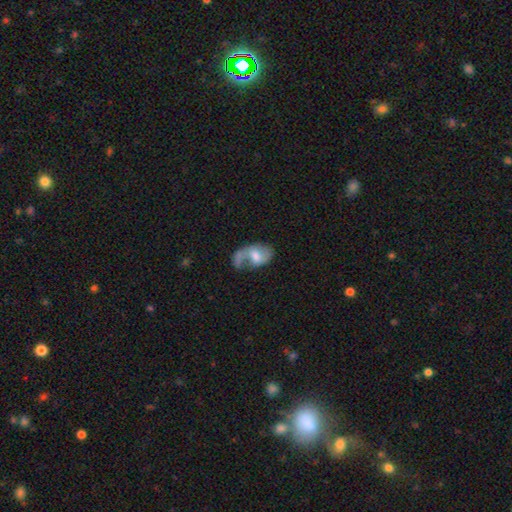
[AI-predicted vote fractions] Q: Smooth or featured?
A: featured or disk (54%); runner-up: smooth (38%)
Q: Edge-on disk?
A: no (96%); runner-up: yes (4%)
Q: Bar?
A: no (46%); runner-up: weak (43%)
Q: Spiral arms?
A: yes (70%); runner-up: no (30%)
Q: Bulge size?
A: moderate (54%); runner-up: small (20%)
Q: Merging?
A: major disturbance (30%); runner-up: none (26%)